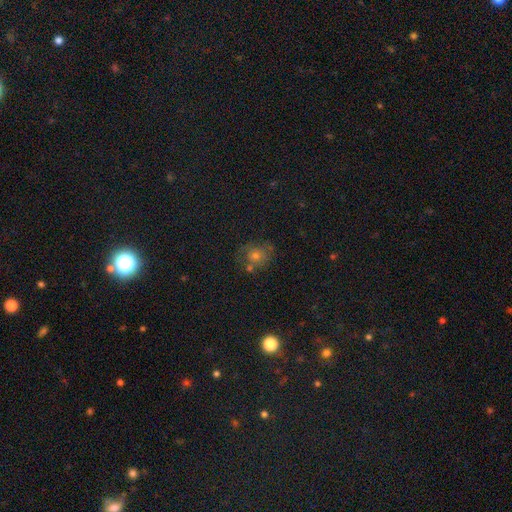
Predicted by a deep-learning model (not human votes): Smooth or featured?
  - smooth: 51% *
  - featured or disk: 28%
  - star or artifact: 21%
How rounded?
  - round: 73% *
  - in between: 26%
  - cigar-shaped: 1%
Merging?
  - none: 60% *
  - minor disturbance: 19%
  - merger: 12%
  - major disturbance: 9%